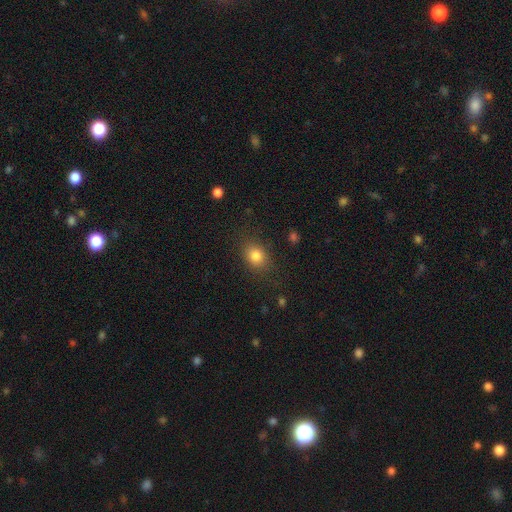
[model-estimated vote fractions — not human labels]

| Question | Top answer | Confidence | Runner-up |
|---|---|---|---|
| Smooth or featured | smooth | 82% | star or artifact (11%) |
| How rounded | round | 51% | in between (48%) |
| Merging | none | 83% | minor disturbance (12%) |